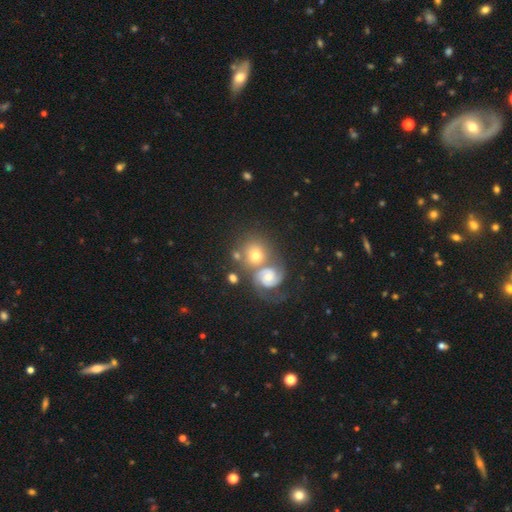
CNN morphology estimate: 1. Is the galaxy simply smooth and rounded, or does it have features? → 47% featured or disk, 45% smooth, 9% star or artifact.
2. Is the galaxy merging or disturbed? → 45% merger, 39% none, 10% minor disturbance, 6% major disturbance.